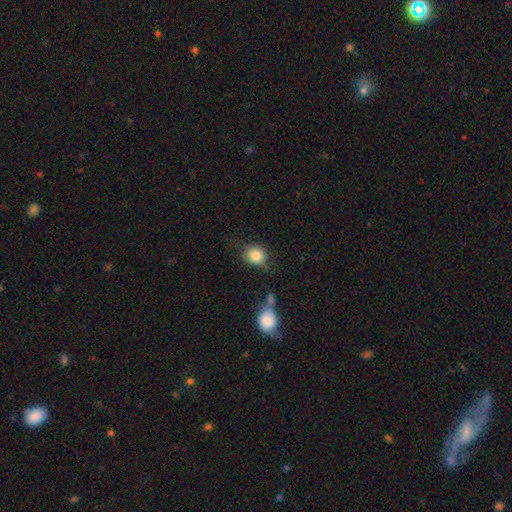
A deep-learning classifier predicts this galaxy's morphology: Smooth or featured?
  - smooth: 85% *
  - star or artifact: 8%
  - featured or disk: 7%
How rounded?
  - round: 69% *
  - in between: 30%
  - cigar-shaped: 1%
Merging?
  - none: 61% *
  - minor disturbance: 21%
  - merger: 10%
  - major disturbance: 8%